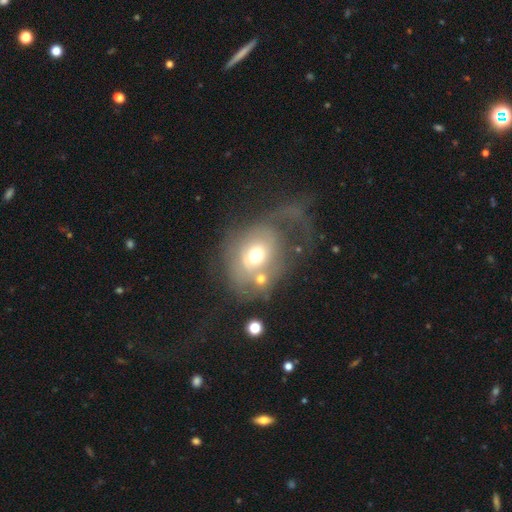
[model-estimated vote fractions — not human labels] A smooth galaxy with no disk features (45%). Merging: major disturbance (47%).